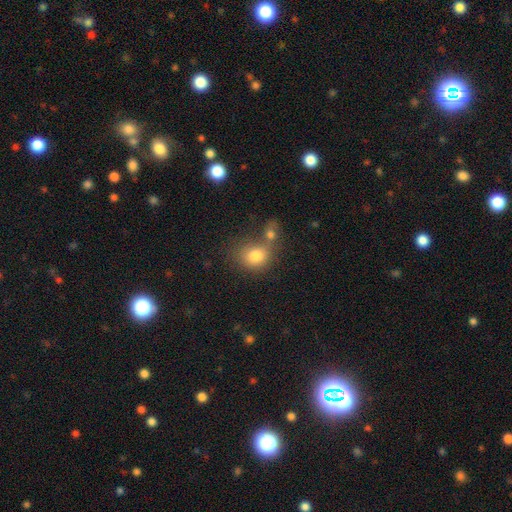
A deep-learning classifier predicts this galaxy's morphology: A smooth galaxy with no disk features (80%) that is round (65%).

Vote fractions:
- Smooth or featured? smooth: 80% / star or artifact: 10% / featured or disk: 10%
- How rounded? round: 65% / in between: 34% / cigar-shaped: 1%
- Merging? merger: 41% / none: 40% / minor disturbance: 12% / major disturbance: 7%